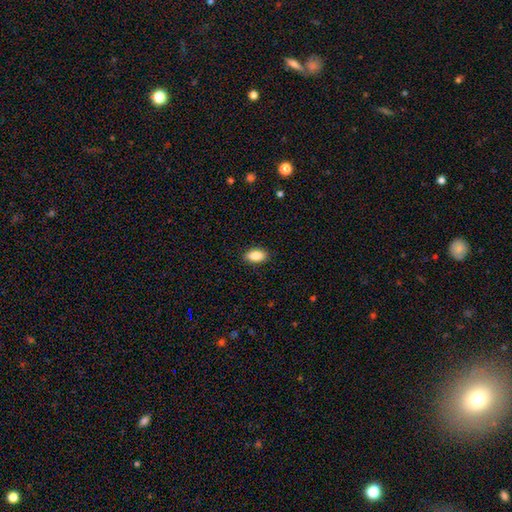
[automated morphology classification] Q: Smooth or featured?
A: smooth (87%); runner-up: star or artifact (7%)
Q: How rounded?
A: in between (90%); runner-up: cigar-shaped (5%)
Q: Merging?
A: none (89%); runner-up: minor disturbance (8%)